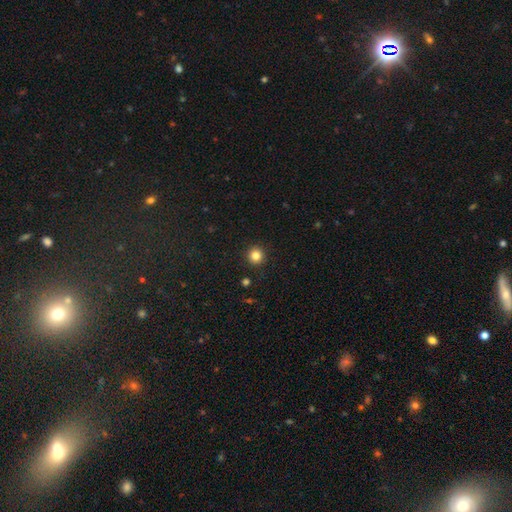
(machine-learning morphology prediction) smooth 83%, star or artifact 12%, featured or disk 5%. Down the decision tree: how rounded — round (94%); merging — none (92%).